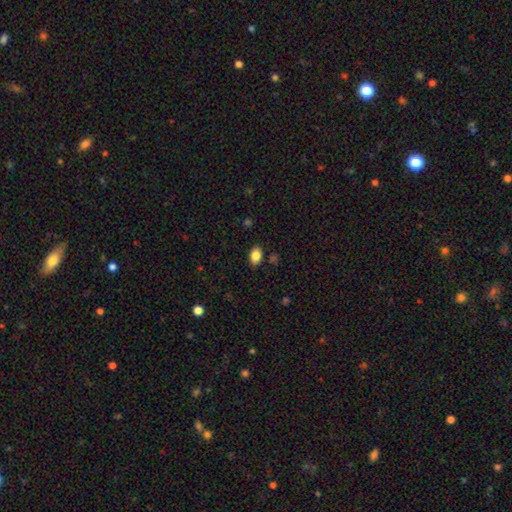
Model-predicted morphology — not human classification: smooth-or-featured: smooth: 85% | star or artifact: 9% | featured or disk: 6%
  how-rounded: in between: 84% | round: 15% | cigar-shaped: 1%
  merging: none: 86% | minor disturbance: 10% | major disturbance: 2% | merger: 2%